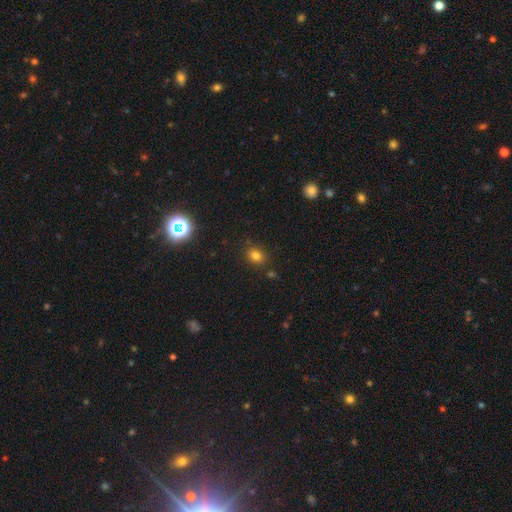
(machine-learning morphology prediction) Overall: smooth (78%). How rounded: in between (52%; round 47%). Merging: none (83%).